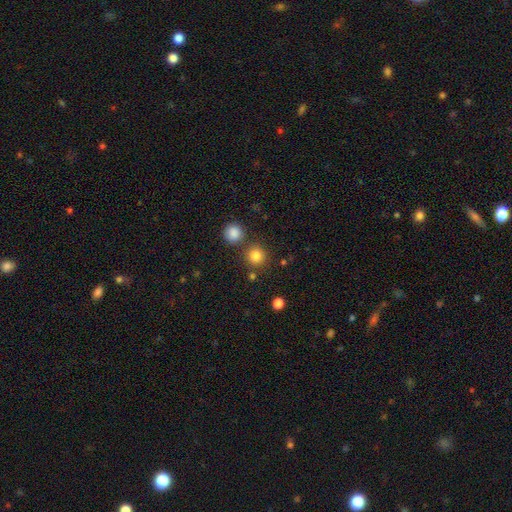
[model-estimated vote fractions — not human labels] A smooth galaxy with no disk features (82%) that is round (93%). Merging: none (79%).